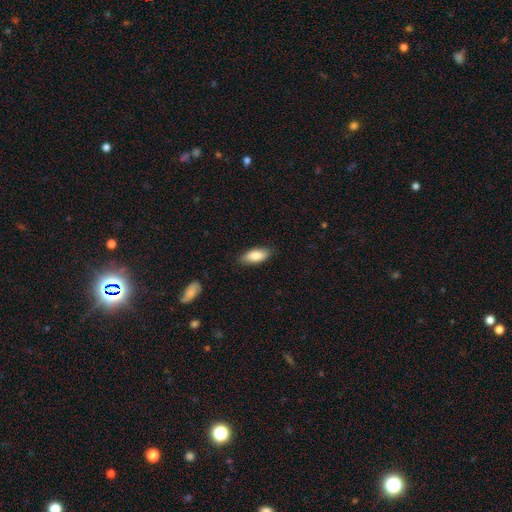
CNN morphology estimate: smooth_or_featured: smooth (p=0.84) [alt: featured or disk p=0.10]
how_rounded: in between (p=0.83) [alt: cigar-shaped p=0.15]
merging: none (p=0.85) [alt: minor disturbance p=0.12]